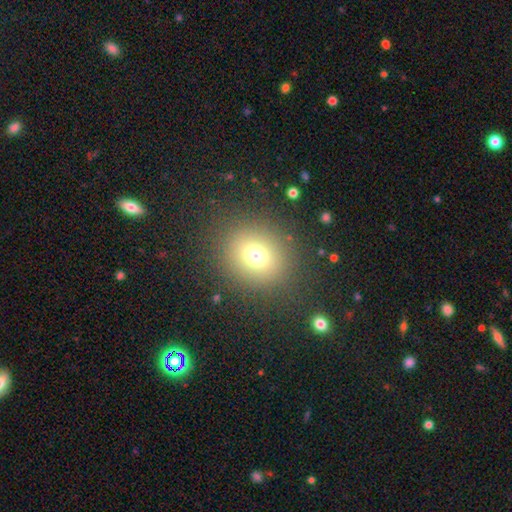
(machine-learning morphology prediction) A smooth galaxy with no disk features (71%) that is round (78%).

Vote fractions:
- Smooth or featured? smooth: 71% / star or artifact: 18% / featured or disk: 10%
- How rounded? round: 78% / in between: 21% / cigar-shaped: 1%
- Merging? none: 85% / minor disturbance: 8% / major disturbance: 6% / merger: 2%